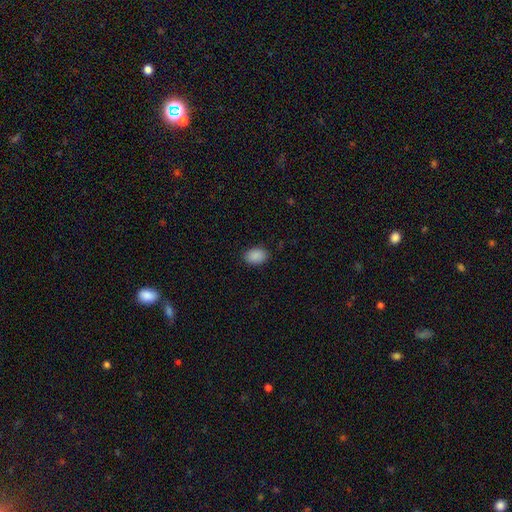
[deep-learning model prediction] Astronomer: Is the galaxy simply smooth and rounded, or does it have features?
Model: smooth — 89%.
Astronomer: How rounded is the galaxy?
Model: in between — 80%.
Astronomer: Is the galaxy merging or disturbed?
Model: none — 88%.